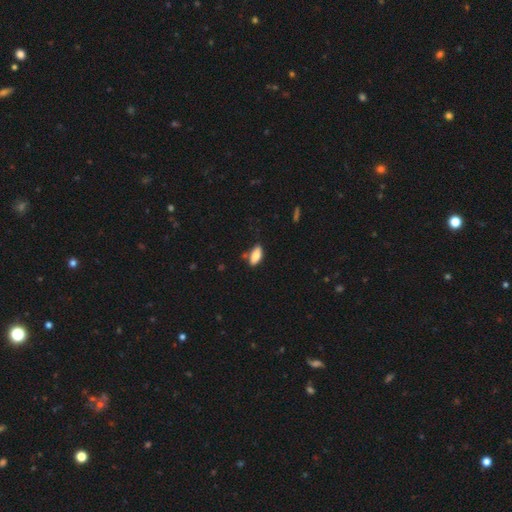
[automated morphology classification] Smooth or featured?
  - smooth: 81% *
  - featured or disk: 13%
  - star or artifact: 7%
How rounded?
  - in between: 84% *
  - cigar-shaped: 13%
  - round: 3%
Merging?
  - none: 72% *
  - minor disturbance: 19%
  - merger: 5%
  - major disturbance: 4%